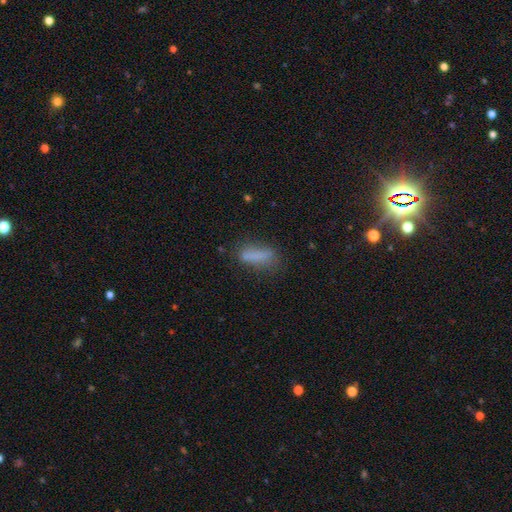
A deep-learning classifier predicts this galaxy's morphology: This appears to be a smooth galaxy with no disk features (75%) that is cigar-shaped (50%). Merging: none (61%).